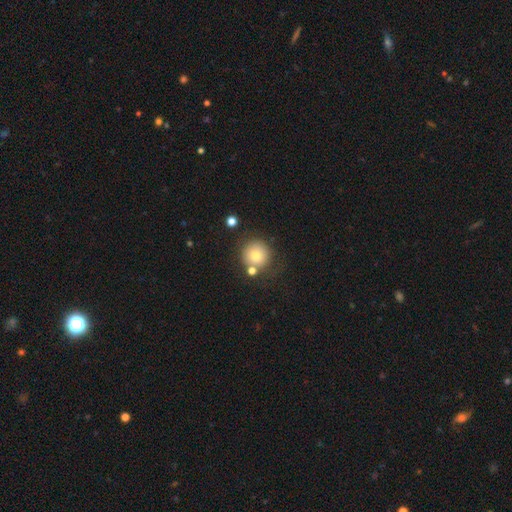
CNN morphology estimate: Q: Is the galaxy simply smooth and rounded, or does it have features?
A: smooth — 76%.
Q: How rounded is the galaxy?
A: round — 94%.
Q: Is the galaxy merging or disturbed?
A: none — 71%.